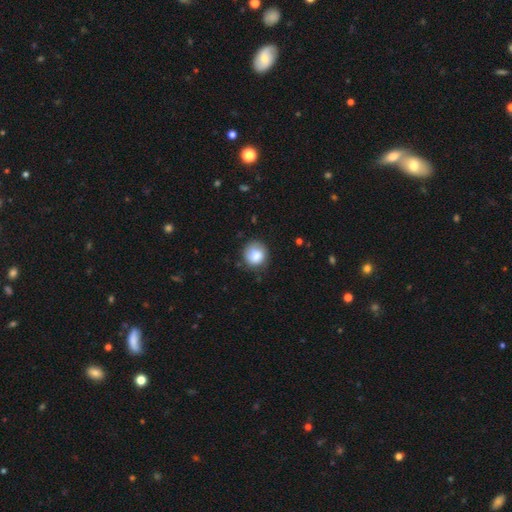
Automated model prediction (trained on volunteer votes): Smooth or featured?
  - smooth: 82% *
  - featured or disk: 11%
  - star or artifact: 7%
How rounded?
  - round: 85% *
  - in between: 14%
  - cigar-shaped: 1%
Merging?
  - none: 73% *
  - minor disturbance: 20%
  - major disturbance: 6%
  - merger: 2%